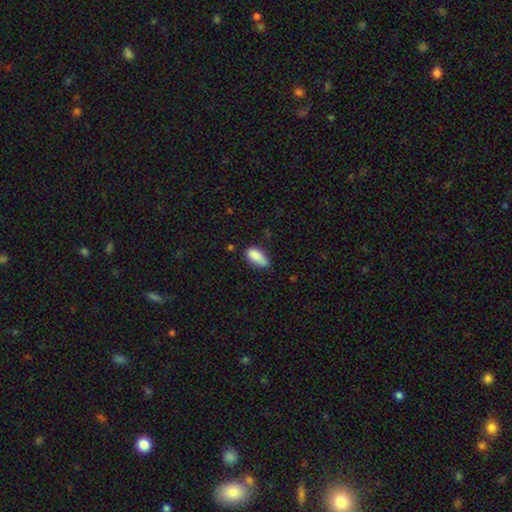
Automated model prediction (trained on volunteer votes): Morphology: type=smooth (85%); roundness=in between (87%); merging=none (50%).